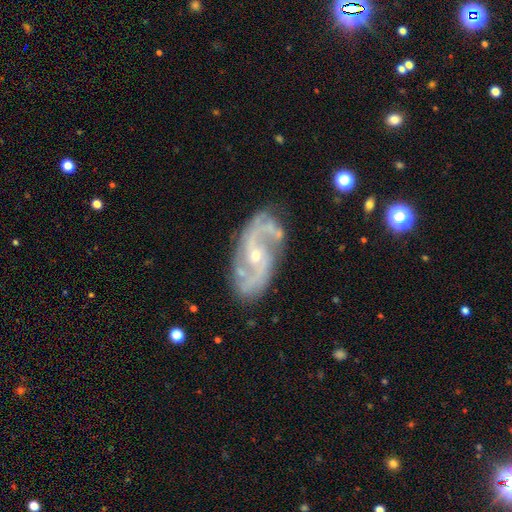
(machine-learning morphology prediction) smooth_or_featured: featured or disk (p=0.90) [alt: star or artifact p=0.05]
disk_edge_on: no (p=0.96) [alt: yes p=0.04]
bar: no (p=0.53) [alt: weak p=0.36]
has_spiral_arms: yes (p=0.97) [alt: no p=0.03]
spiral_winding: medium (p=0.52) [alt: loose p=0.26]
spiral_arm_count: 2 (p=0.80) [alt: 3 p=0.07]
bulge_size: small (p=0.63) [alt: moderate p=0.34]
merging: none (p=0.73) [alt: minor disturbance p=0.18]